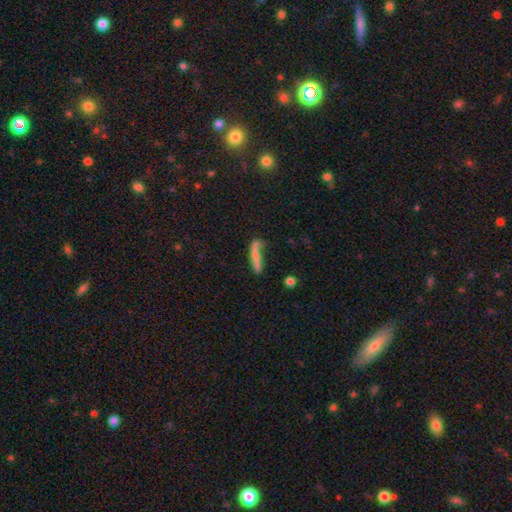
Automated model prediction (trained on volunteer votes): Morphology: type=smooth (69%); roundness=cigar-shaped (86%); merging=none (46%).